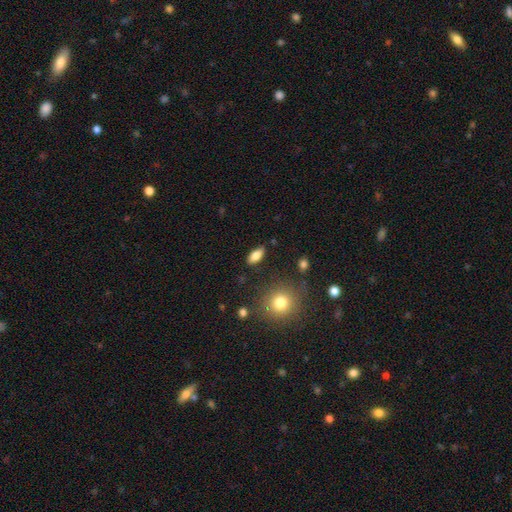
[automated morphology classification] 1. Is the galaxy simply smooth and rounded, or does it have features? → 80% smooth, 12% featured or disk, 8% star or artifact.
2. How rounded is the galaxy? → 85% in between, 11% cigar-shaped, 4% round.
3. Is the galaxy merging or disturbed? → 86% none, 10% minor disturbance, 3% major disturbance, 2% merger.